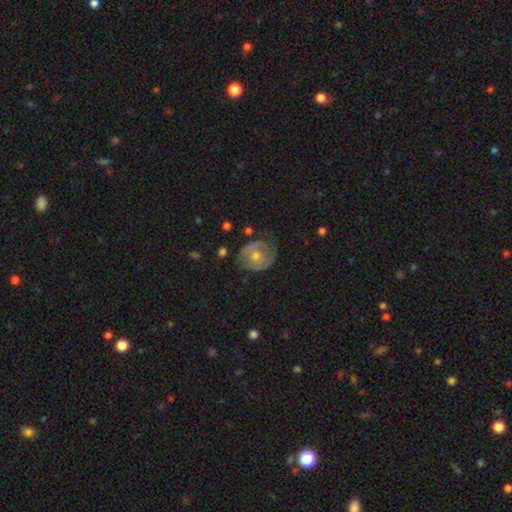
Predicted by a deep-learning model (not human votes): smooth-or-featured: featured or disk: 72% | smooth: 20% | star or artifact: 8%
  disk-edge-on: no: 97% | yes: 3%
    bar: no: 70% | weak: 24% | strong: 6%
    has-spiral-arms: yes: 85% | no: 15%
      spiral-winding: tight: 52% | medium: 36% | loose: 12%
      spiral-arm-count: 2: 64% | can't tell: 20% | 3: 6% | 1: 5% | 4: 2% | more than 4: 2%
    bulge-size: moderate: 56% | small: 40% | large: 2% | none: 1% | dominant: 1%
  merging: none: 68% | minor disturbance: 21% | major disturbance: 10% | merger: 2%